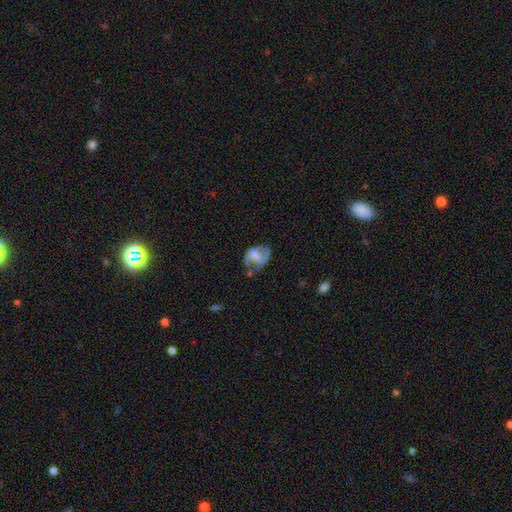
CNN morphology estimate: Smooth or featured? featured or disk (75%)
Edge-on disk? no (97%)
Bar? weak (45%)
Spiral arms? yes (89%)
Spiral winding? medium (51%)
Spiral arm count? 2 (83%)
Bulge size? moderate (34%)
Merging? none (52%)